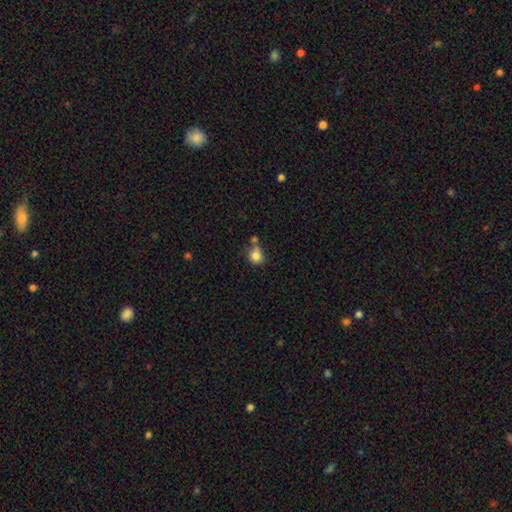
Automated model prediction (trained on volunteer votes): Smooth or featured? smooth (83%)
How rounded? round (79%)
Merging? none (53%)